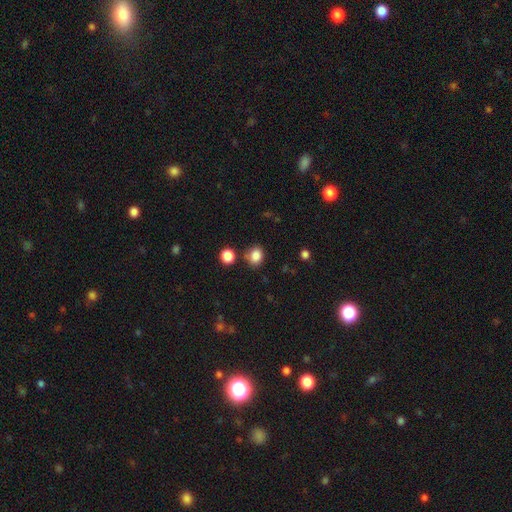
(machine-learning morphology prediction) Smooth or featured: smooth — 85% (star or artifact — 11%)
How rounded: round — 60% (in between — 39%)
Merging: none — 76% (minor disturbance — 12%)